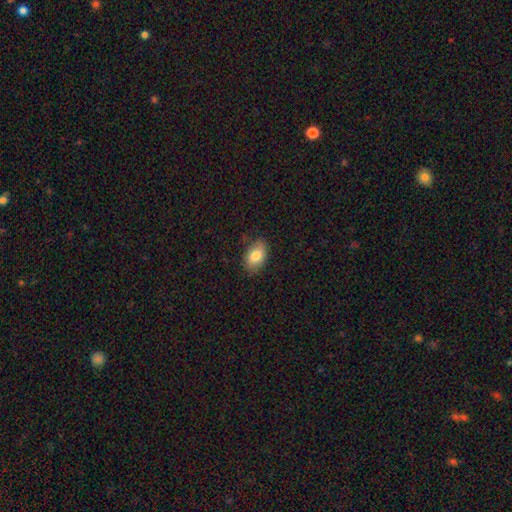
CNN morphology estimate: This appears to be a smooth galaxy with no disk features (82%) that is in between round and cigar-shaped (90%). Merging: none (81%).